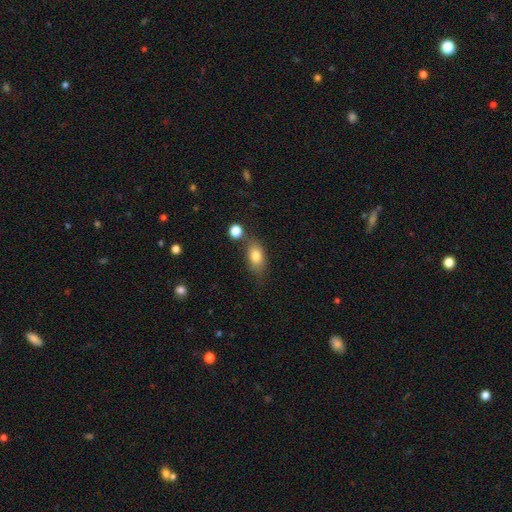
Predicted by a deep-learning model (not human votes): Morphology: type=smooth (80%); roundness=in between (83%); merging=none (63%).